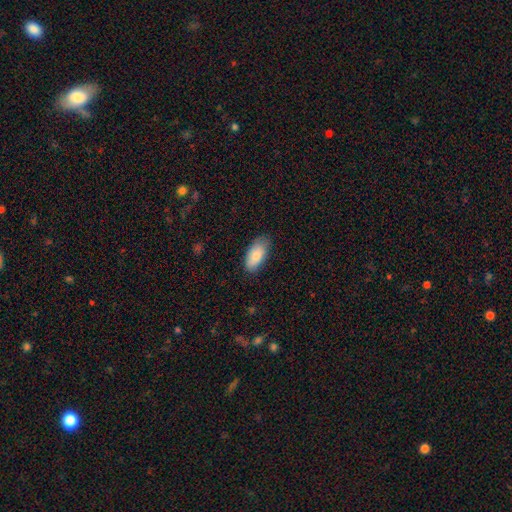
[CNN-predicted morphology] Smooth or featured? Predicted: smooth (p=0.84). How rounded? Predicted: in between (p=0.93). Merging? Predicted: none (p=0.75).